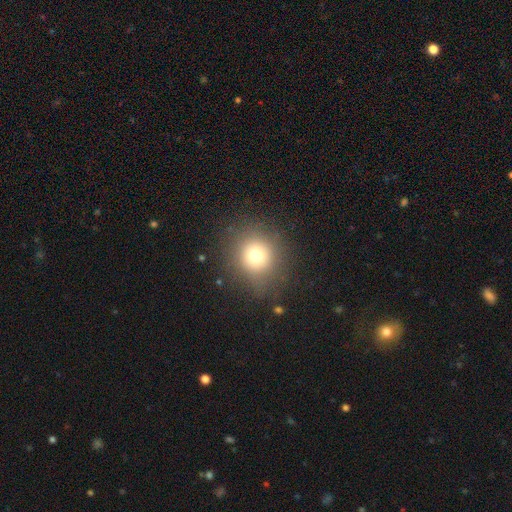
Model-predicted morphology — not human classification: smooth_or_featured: smooth (p=0.74) [alt: star or artifact p=0.15]
how_rounded: round (p=0.89) [alt: in between p=0.10]
merging: none (p=0.84) [alt: minor disturbance p=0.10]